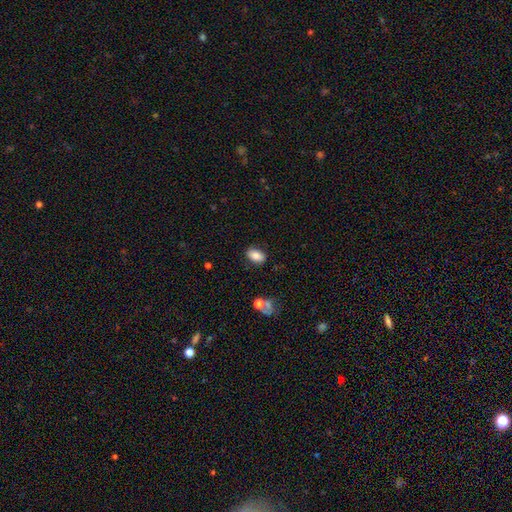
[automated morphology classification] Smooth or featured? Predicted: smooth (p=0.81). How rounded? Predicted: in between (p=0.90). Merging? Predicted: none (p=0.85).